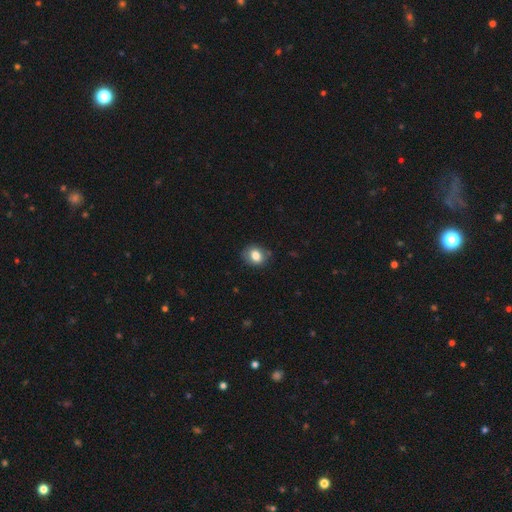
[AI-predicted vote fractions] A smooth galaxy with no disk features (81%) that is round (52%). Merging: none (79%).